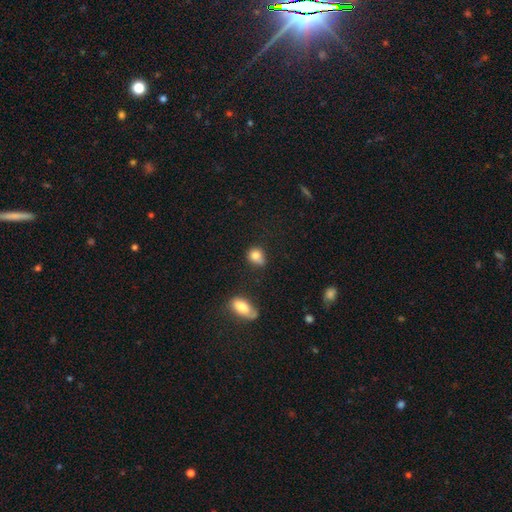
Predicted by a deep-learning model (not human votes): A smooth galaxy with no disk features (81%) that is round (56%). Merging: none (47%).